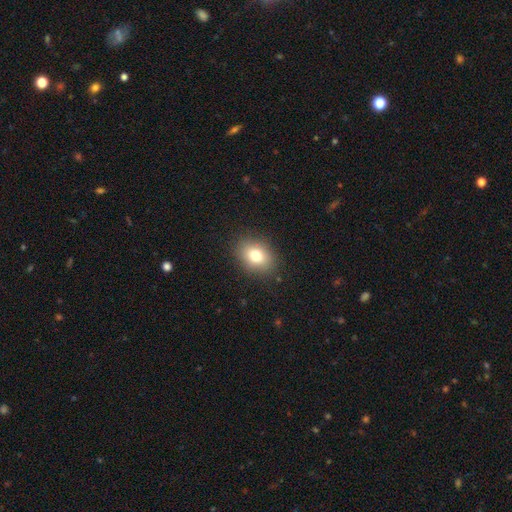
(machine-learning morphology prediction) Smooth or featured: smooth — 78% (featured or disk — 11%)
How rounded: in between — 66% (round — 32%)
Merging: none — 86% (minor disturbance — 9%)